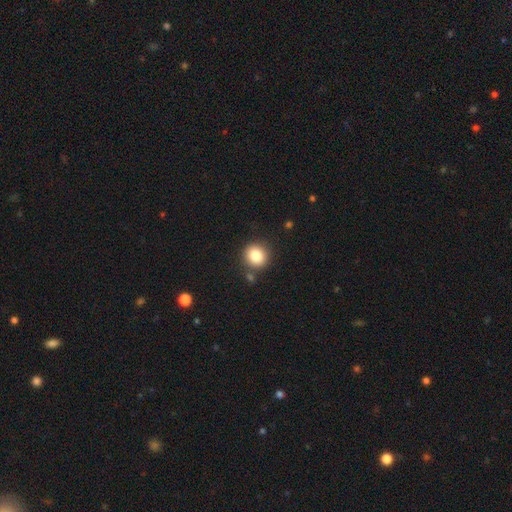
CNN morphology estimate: Q: Smooth or featured?
A: smooth (84%); runner-up: star or artifact (10%)
Q: How rounded?
A: round (87%); runner-up: in between (12%)
Q: Merging?
A: none (83%); runner-up: minor disturbance (9%)